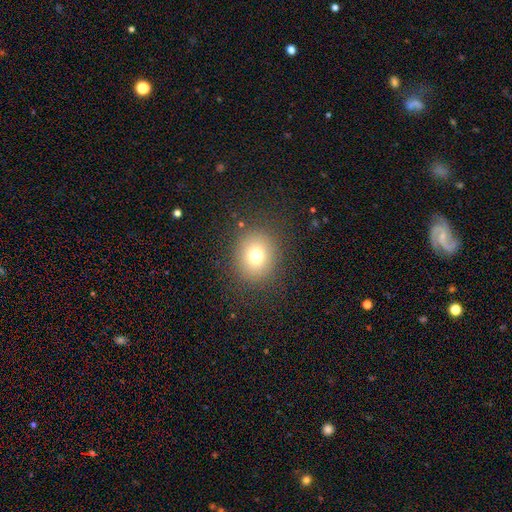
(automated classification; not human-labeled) This appears to be a smooth galaxy with no disk features (73%) that is round (76%). Merging: none (86%).